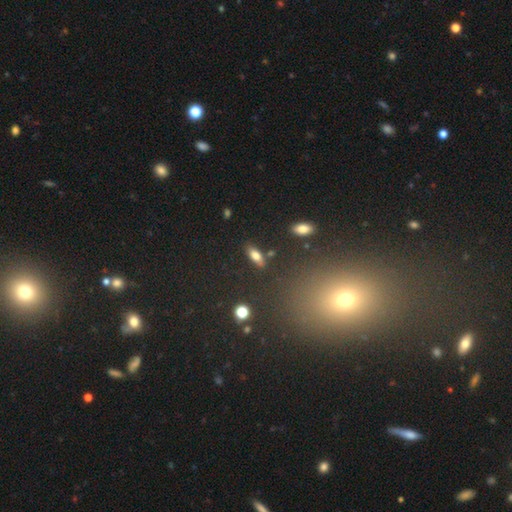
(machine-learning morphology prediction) smooth 73%, featured or disk 18%, star or artifact 9%. Down the decision tree: how rounded — in between (73%); merging — none (79%).